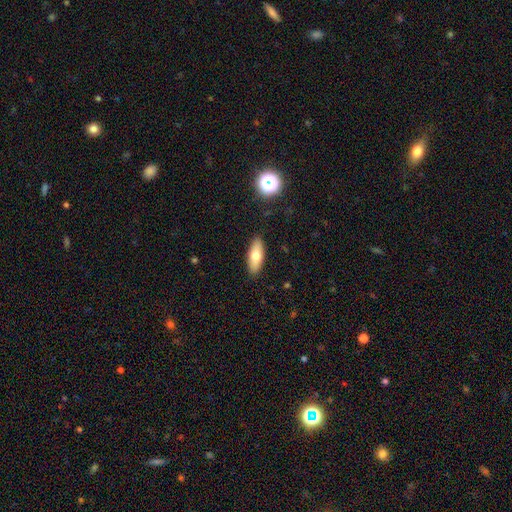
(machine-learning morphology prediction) The model was most divided on "how rounded": in between: 70%, cigar-shaped: 27%, round: 3%. More confident: merging — none (89%); smooth or featured — smooth (69%).